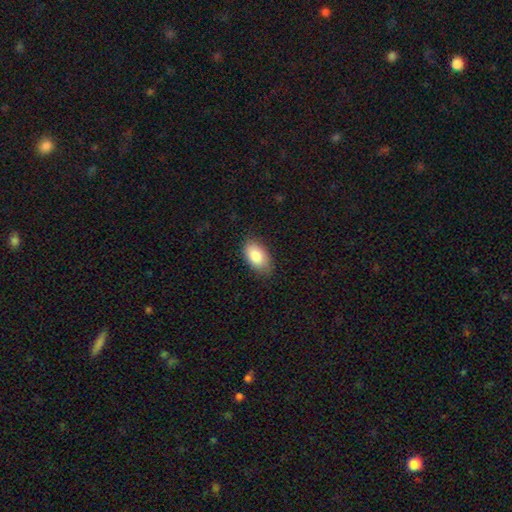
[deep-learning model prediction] Smooth or featured? Predicted: smooth (p=0.86). How rounded? Predicted: in between (p=0.94). Merging? Predicted: none (p=0.80).